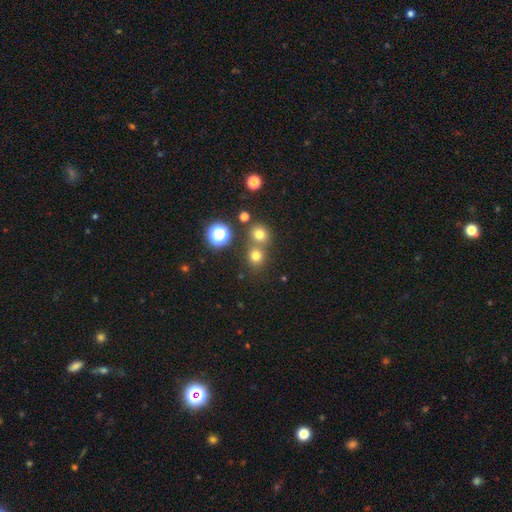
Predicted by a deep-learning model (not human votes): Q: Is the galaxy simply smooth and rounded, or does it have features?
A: smooth — 71%.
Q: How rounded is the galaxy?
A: round — 83%.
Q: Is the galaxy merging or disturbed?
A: none — 62%.